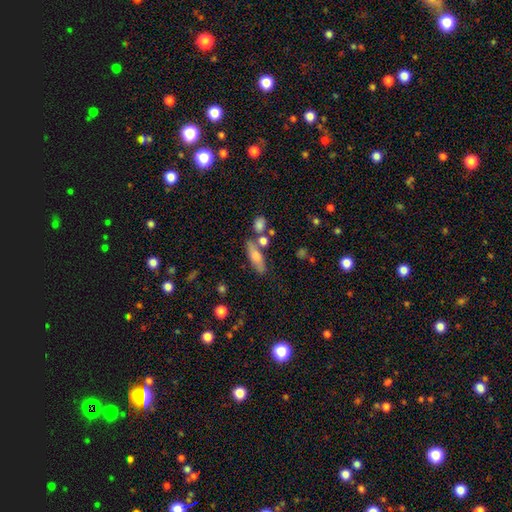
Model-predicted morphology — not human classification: smooth 64%, featured or disk 27%, star or artifact 9%. Down the decision tree: how rounded — cigar-shaped (50%); merging — none (68%).